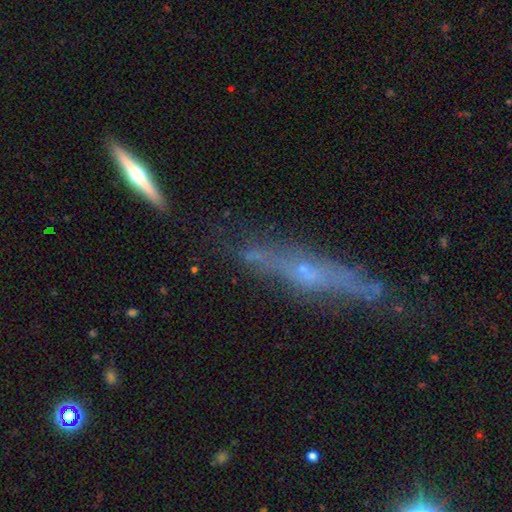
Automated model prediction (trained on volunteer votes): featured or disk 44%, smooth 34%, star or artifact 22%. Down the decision tree: merging — none (60%).